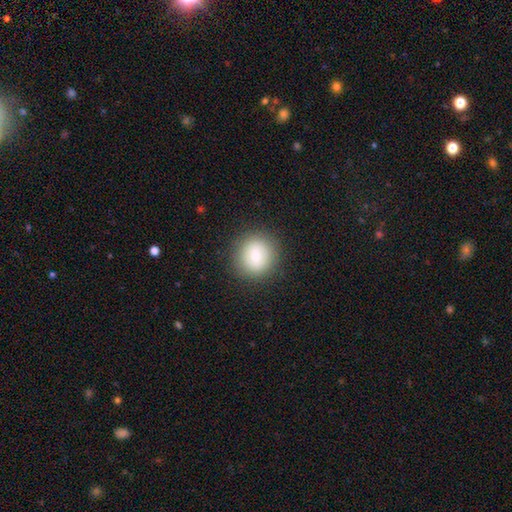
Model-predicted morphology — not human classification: The model was most divided on "smooth or featured": smooth: 74%, featured or disk: 16%, star or artifact: 10%. More confident: how rounded — round (90%); merging — none (88%).